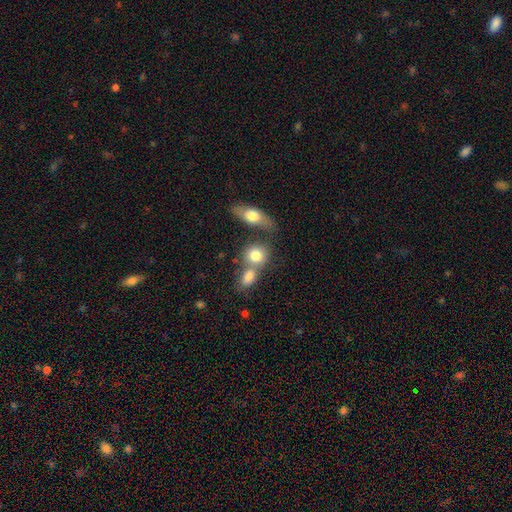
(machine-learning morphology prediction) A smooth galaxy with no disk features (78%) that is round (57%). Merging: merger (49%).